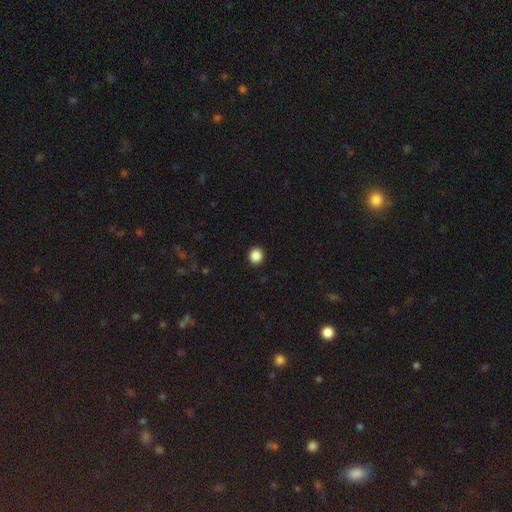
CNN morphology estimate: smooth_or_featured: smooth (p=0.87) [alt: star or artifact p=0.10]
how_rounded: round (p=0.83) [alt: in between p=0.16]
merging: none (p=0.92) [alt: minor disturbance p=0.05]